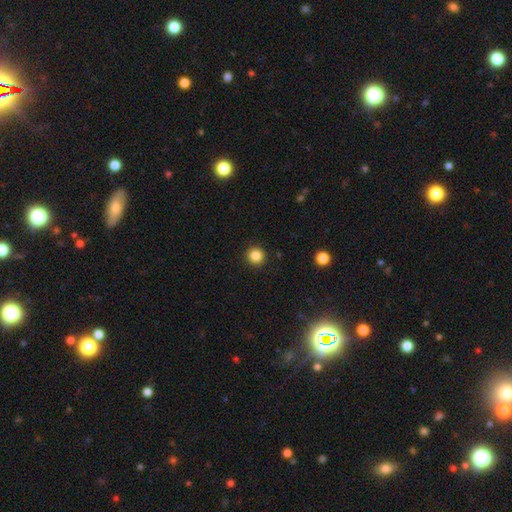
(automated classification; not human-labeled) Smooth or featured: smooth — 85% (star or artifact — 11%)
How rounded: round — 94% (in between — 5%)
Merging: none — 92% (minor disturbance — 5%)